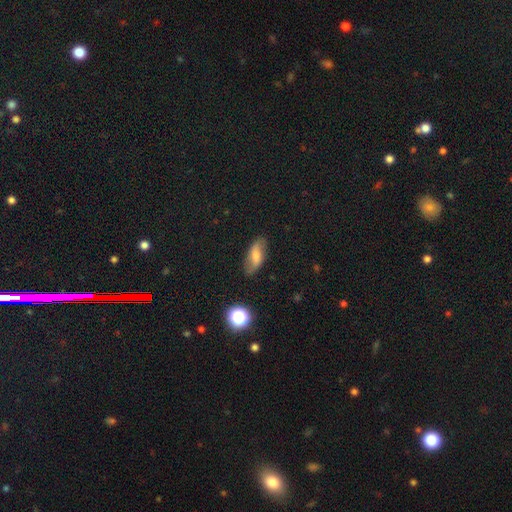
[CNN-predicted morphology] A smooth galaxy with no disk features (51%) that is in between round and cigar-shaped (81%). Merging: none (79%).